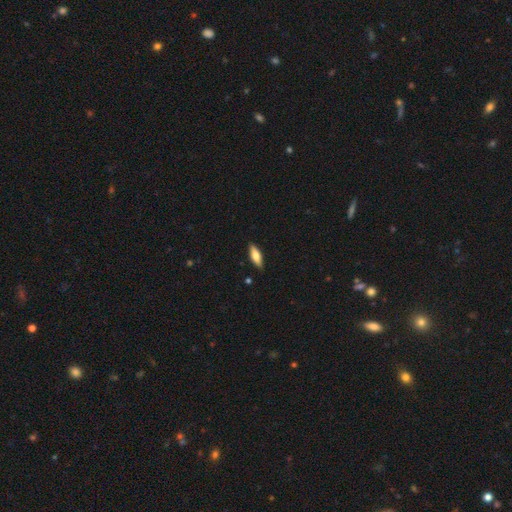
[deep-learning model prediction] A smooth galaxy with no disk features (65%) that is in between round and cigar-shaped (53%). Merging: none (88%).